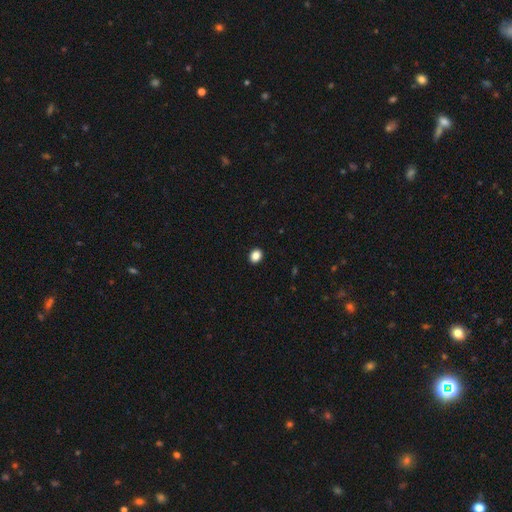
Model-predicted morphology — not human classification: Smooth or featured?
  - smooth: 87% *
  - star or artifact: 10%
  - featured or disk: 3%
How rounded?
  - round: 52% *
  - in between: 47%
  - cigar-shaped: 1%
Merging?
  - none: 92% *
  - minor disturbance: 5%
  - major disturbance: 1%
  - merger: 1%